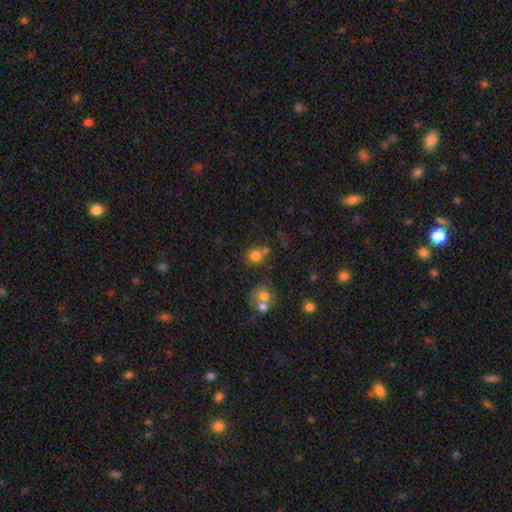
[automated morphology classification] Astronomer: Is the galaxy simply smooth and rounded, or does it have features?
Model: smooth — 77%.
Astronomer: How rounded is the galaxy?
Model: round — 84%.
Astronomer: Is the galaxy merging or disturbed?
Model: none — 56%.